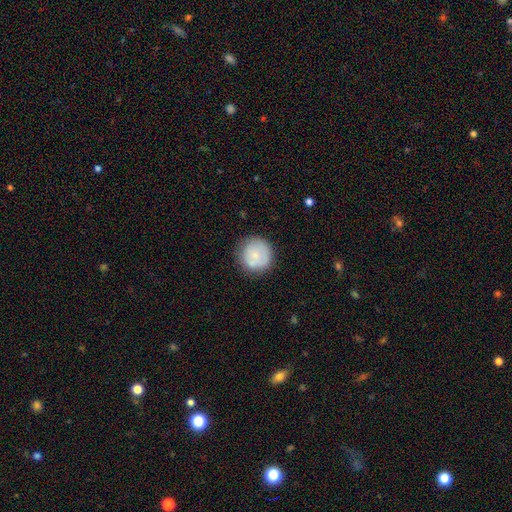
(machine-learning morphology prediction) Smooth or featured? Predicted: smooth (p=0.72). How rounded? Predicted: round (p=0.94). Merging? Predicted: none (p=0.76).